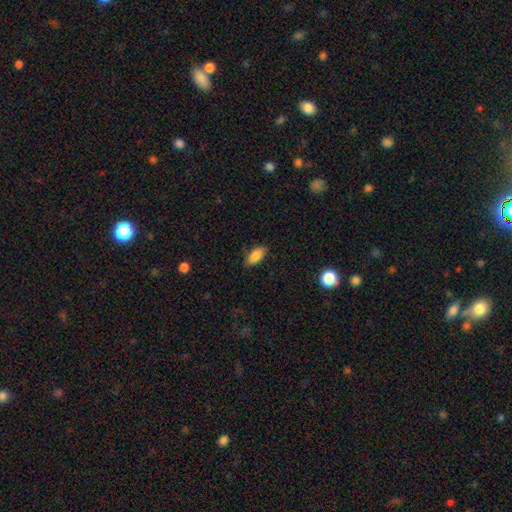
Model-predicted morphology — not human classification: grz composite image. It shows a smooth galaxy with no disk features (86%) that is in between round and cigar-shaped (89%). Merging: none (83%).